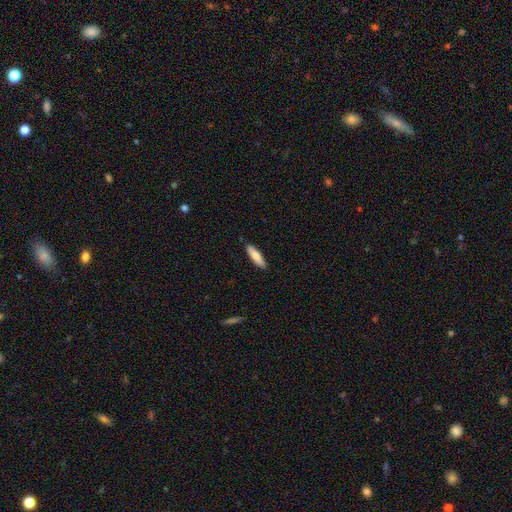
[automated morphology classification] smooth 77%, featured or disk 17%, star or artifact 6%. Down the decision tree: how rounded — cigar-shaped (63%); merging — none (88%).